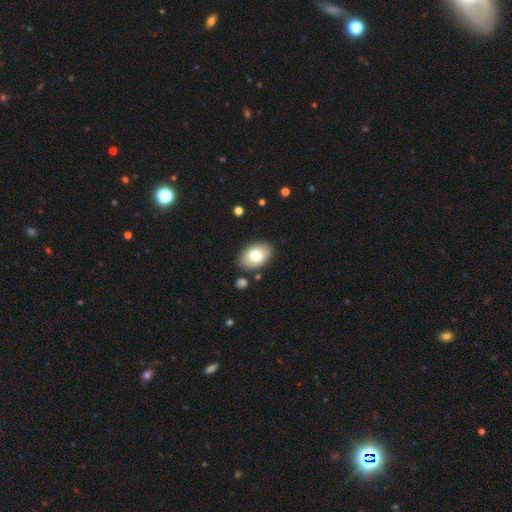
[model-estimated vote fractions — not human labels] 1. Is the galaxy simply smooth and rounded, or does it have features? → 75% smooth, 17% featured or disk, 7% star or artifact.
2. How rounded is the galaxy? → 87% in between, 12% round, 1% cigar-shaped.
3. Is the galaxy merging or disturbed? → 86% none, 9% minor disturbance, 3% merger, 2% major disturbance.